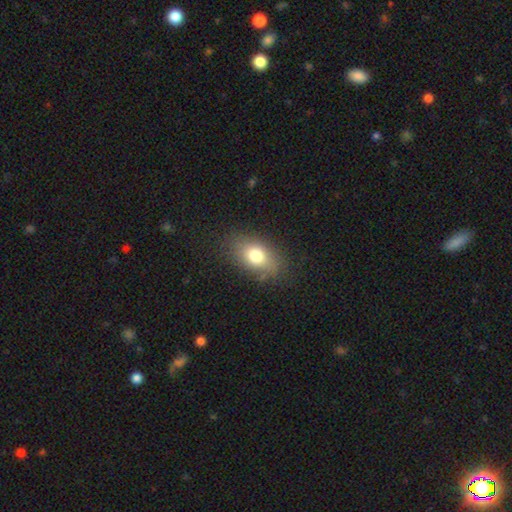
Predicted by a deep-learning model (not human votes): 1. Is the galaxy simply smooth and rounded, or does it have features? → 77% smooth, 13% featured or disk, 10% star or artifact.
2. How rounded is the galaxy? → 83% in between, 15% round, 2% cigar-shaped.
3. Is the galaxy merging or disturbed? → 79% none, 15% minor disturbance, 5% major disturbance, 1% merger.